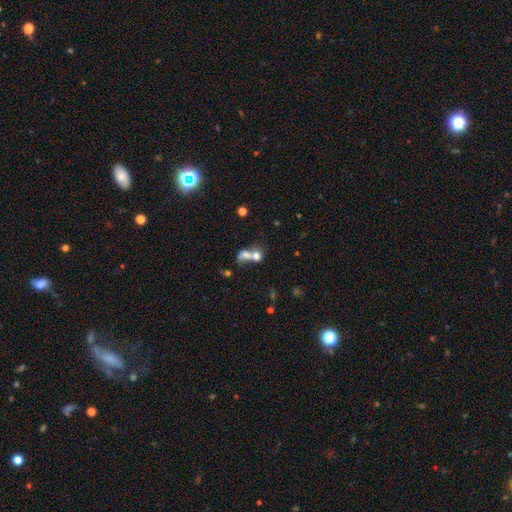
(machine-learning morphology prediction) A smooth galaxy with no disk features (66%) that is round (53%).

Vote fractions:
- Smooth or featured? smooth: 66% / featured or disk: 21% / star or artifact: 14%
- How rounded? round: 53% / in between: 44% / cigar-shaped: 3%
- Merging? merger: 70% / none: 17% / major disturbance: 7% / minor disturbance: 5%